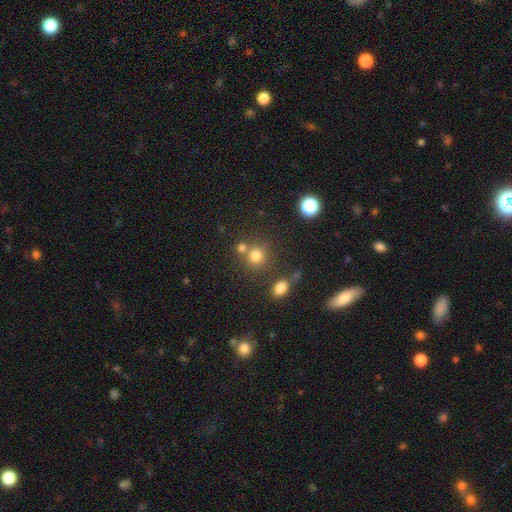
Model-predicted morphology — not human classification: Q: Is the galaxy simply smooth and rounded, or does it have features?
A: smooth — 76%.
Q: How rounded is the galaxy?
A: round — 86%.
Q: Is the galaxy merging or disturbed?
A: none — 62%.